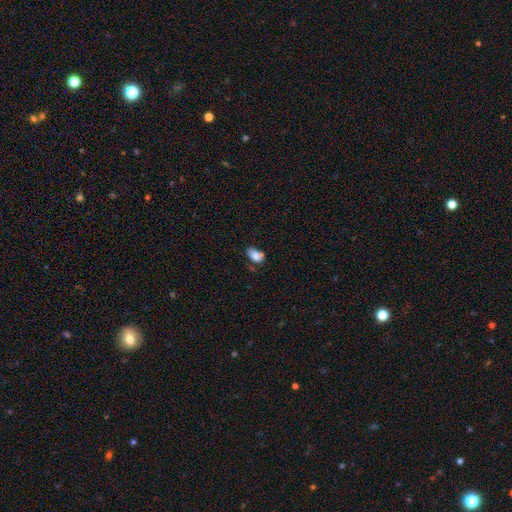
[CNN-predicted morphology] Smooth or featured? smooth (82%)
How rounded? in between (90%)
Merging? none (50%)